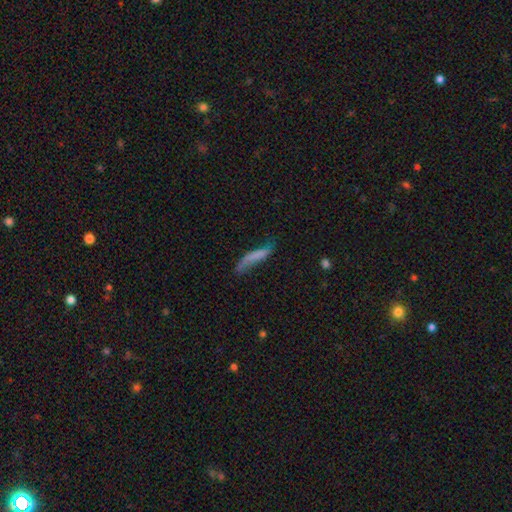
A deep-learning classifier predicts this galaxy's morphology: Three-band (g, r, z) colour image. It shows a smooth galaxy with no disk features (60%) that is cigar-shaped (81%). Merging: none (46%).